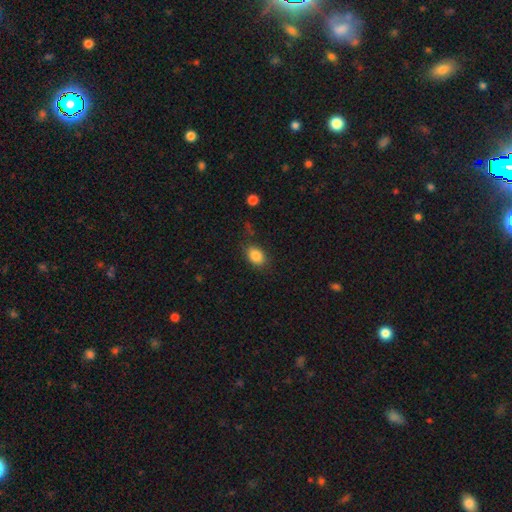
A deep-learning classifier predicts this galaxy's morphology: Smooth or featured: smooth — 86% (star or artifact — 8%)
How rounded: in between — 76% (round — 23%)
Merging: none — 79% (minor disturbance — 15%)